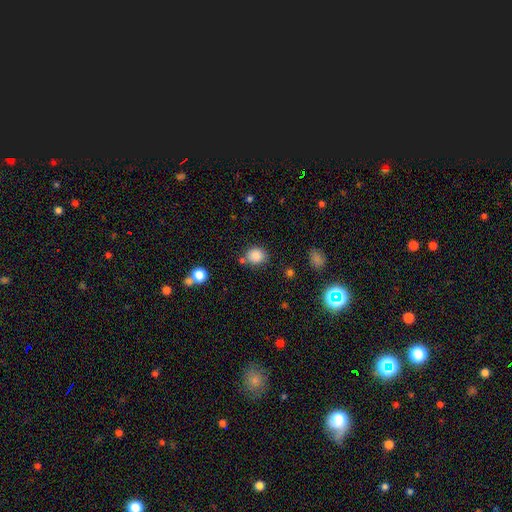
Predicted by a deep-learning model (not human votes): Q: Smooth or featured?
A: smooth (85%); runner-up: star or artifact (11%)
Q: How rounded?
A: round (72%); runner-up: in between (27%)
Q: Merging?
A: none (74%); runner-up: minor disturbance (13%)